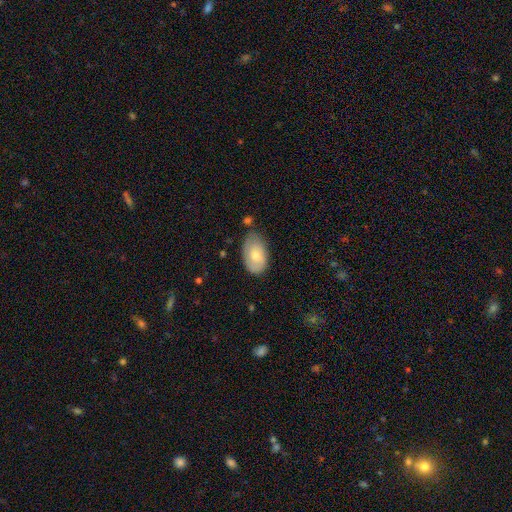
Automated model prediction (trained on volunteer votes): smooth 69%, featured or disk 25%, star or artifact 6%. Down the decision tree: how rounded — in between (93%); merging — none (61%).